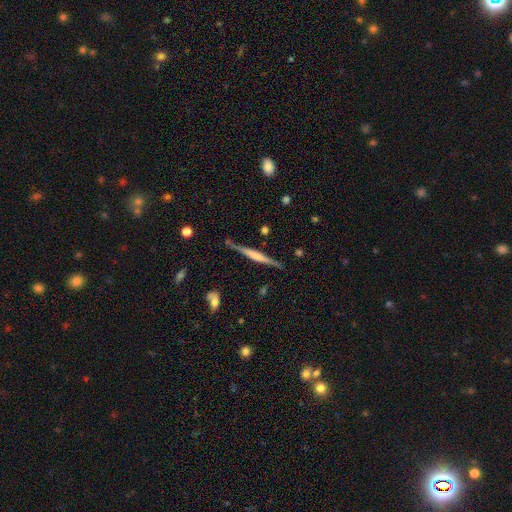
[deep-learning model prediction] This is likely a featured or disk galaxy (65%). It is clearly viewed edge-on (97%). Edge-on bulge: marginally boxy (39%). Merging: clearly none (82%).